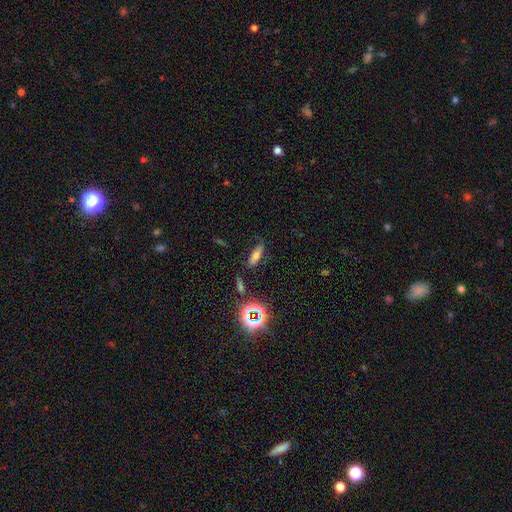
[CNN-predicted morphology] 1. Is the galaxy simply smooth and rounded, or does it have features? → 62% smooth, 21% star or artifact, 17% featured or disk.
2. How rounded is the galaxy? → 61% in between, 35% cigar-shaped, 5% round.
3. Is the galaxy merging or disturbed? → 74% none, 17% minor disturbance, 6% major disturbance, 3% merger.